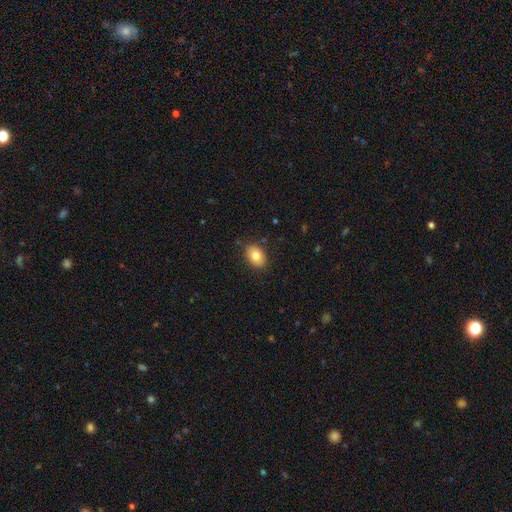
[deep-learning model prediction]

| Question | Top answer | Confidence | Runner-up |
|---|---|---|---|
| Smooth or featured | smooth | 81% | featured or disk (11%) |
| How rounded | in between | 79% | round (20%) |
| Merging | none | 84% | minor disturbance (12%) |